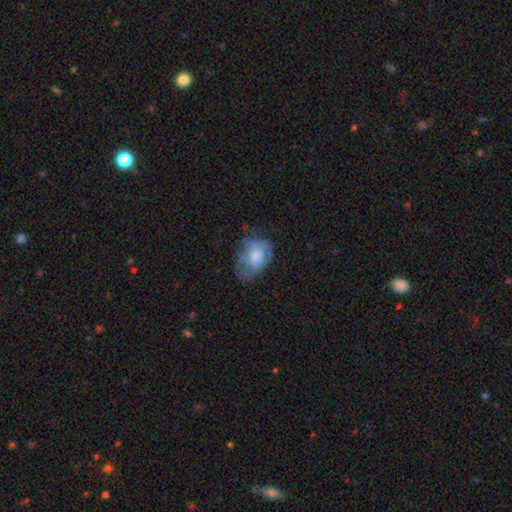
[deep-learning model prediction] smooth 61%, featured or disk 32%, star or artifact 8%. Down the decision tree: how rounded — in between (77%); merging — none (40%).